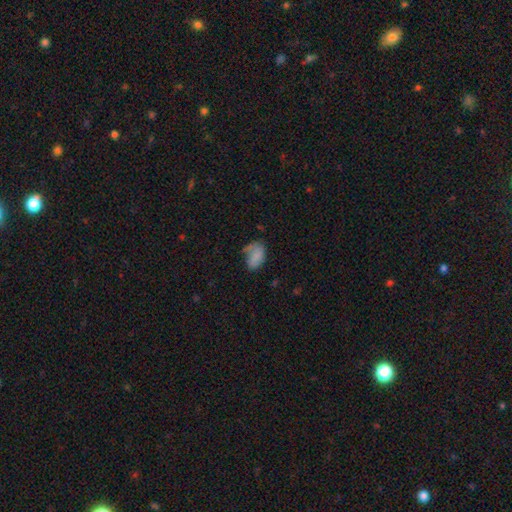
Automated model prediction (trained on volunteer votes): Smooth or featured? Predicted: smooth (p=0.77). How rounded? Predicted: in between (p=0.90). Merging? Predicted: none (p=0.41).